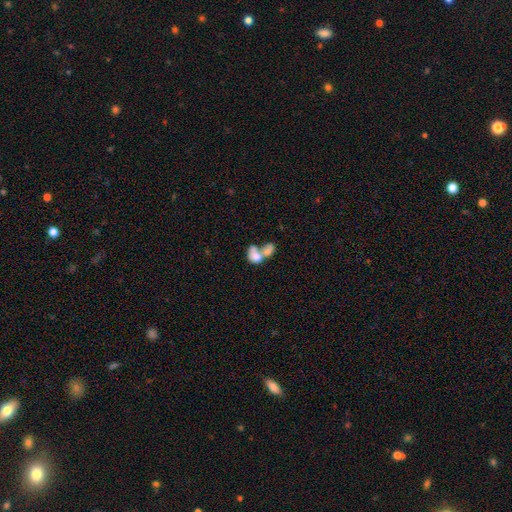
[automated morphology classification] A smooth galaxy with no disk features (67%) that is in between round and cigar-shaped (66%).

Vote fractions:
- Smooth or featured? smooth: 67% / featured or disk: 24% / star or artifact: 9%
- How rounded? in between: 66% / round: 32% / cigar-shaped: 2%
- Merging? merger: 76% / none: 11% / major disturbance: 7% / minor disturbance: 5%